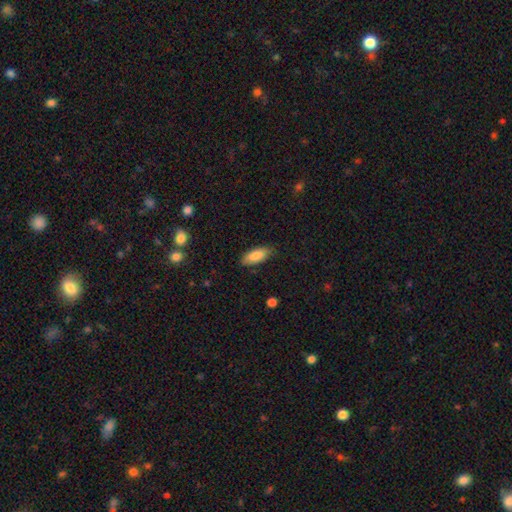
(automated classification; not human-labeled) Morphology: type=smooth (85%); roundness=in between (78%); merging=none (82%).